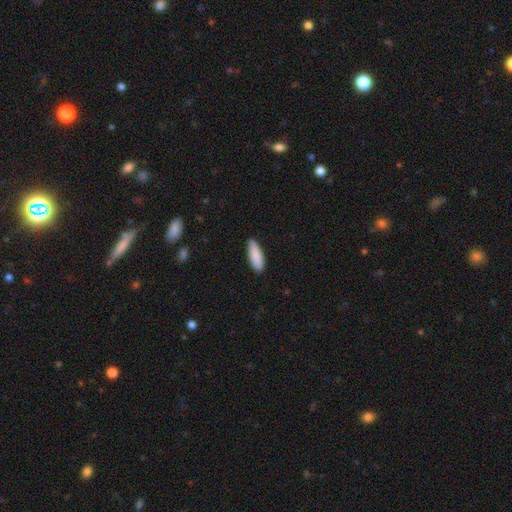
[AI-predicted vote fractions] Q: Smooth or featured?
A: smooth (89%); runner-up: featured or disk (5%)
Q: How rounded?
A: in between (62%); runner-up: cigar-shaped (36%)
Q: Merging?
A: none (85%); runner-up: minor disturbance (12%)